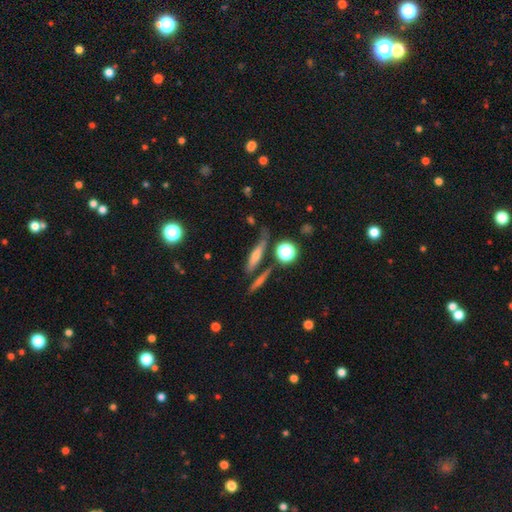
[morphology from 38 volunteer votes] type=smooth (55%); roundness=cigar-shaped (81%); merging=none (37%, tied with minor disturbance).